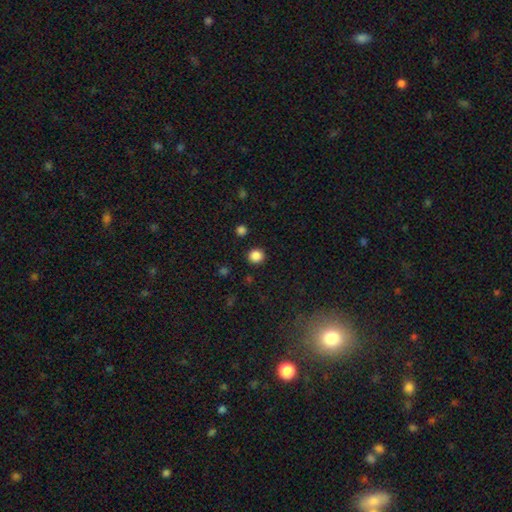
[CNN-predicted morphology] smooth-or-featured: smooth: 86% | star or artifact: 11% | featured or disk: 3%
  how-rounded: round: 90% | in between: 9% | cigar-shaped: 1%
  merging: none: 91% | minor disturbance: 6% | major disturbance: 2% | merger: 2%